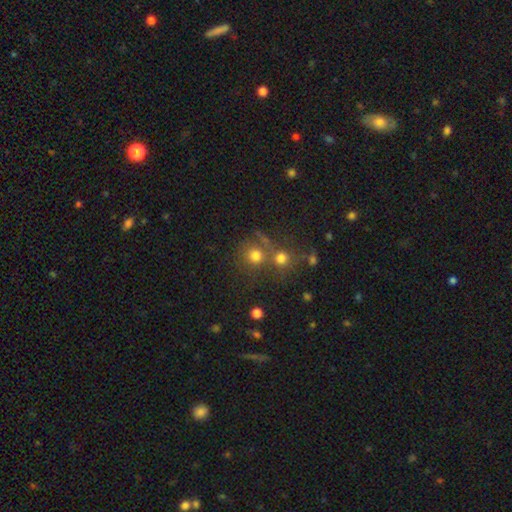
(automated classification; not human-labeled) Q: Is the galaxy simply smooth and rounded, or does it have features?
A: smooth — 73%.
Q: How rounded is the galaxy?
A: round — 89%.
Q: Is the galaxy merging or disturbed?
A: none — 56%.